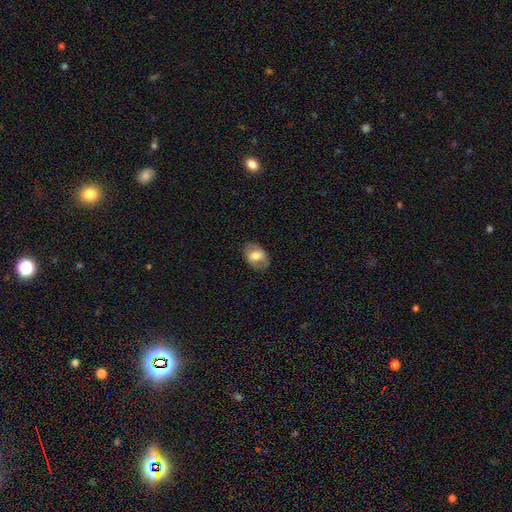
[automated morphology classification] A smooth galaxy with no disk features (58%) that is in between round and cigar-shaped (83%). Merging: none (78%).